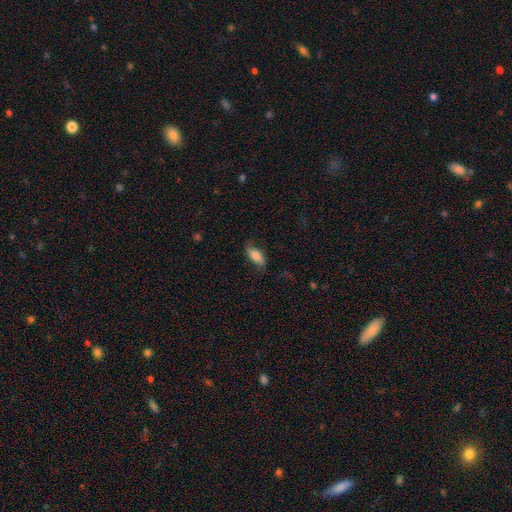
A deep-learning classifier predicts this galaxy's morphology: Smooth or featured: smooth — 74% (featured or disk — 20%)
How rounded: in between — 77% (cigar-shaped — 21%)
Merging: none — 75% (minor disturbance — 19%)